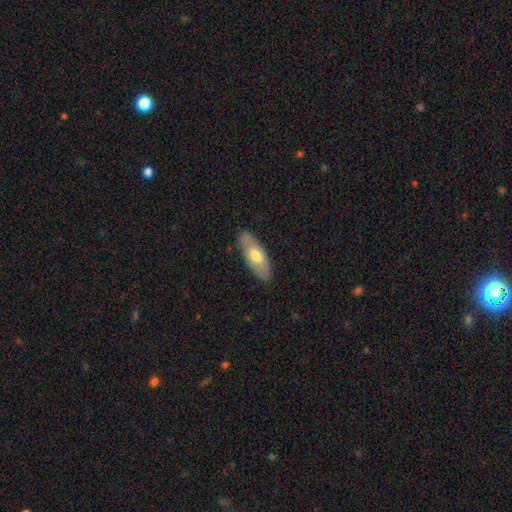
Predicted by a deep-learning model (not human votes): Smooth or featured? smooth (62%)
How rounded? in between (77%)
Merging? none (84%)